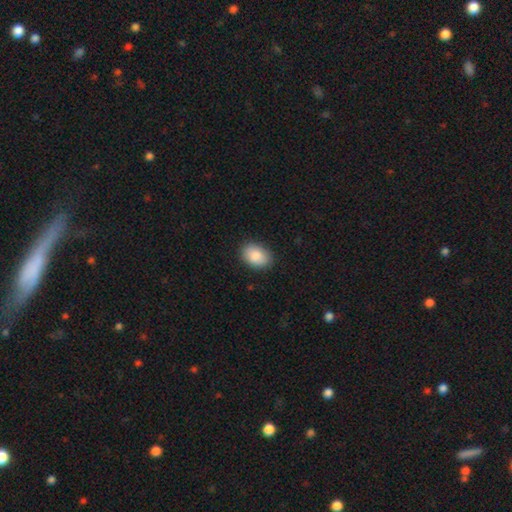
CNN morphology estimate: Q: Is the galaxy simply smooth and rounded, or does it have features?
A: smooth — 87%.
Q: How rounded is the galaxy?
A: in between — 81%.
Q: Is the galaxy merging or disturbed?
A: none — 87%.